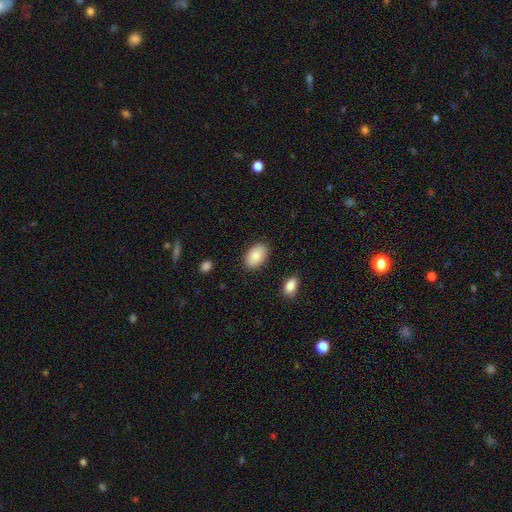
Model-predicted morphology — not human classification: This appears to be a smooth galaxy with no disk features (86%) that is in between round and cigar-shaped (92%). Merging: none (86%).